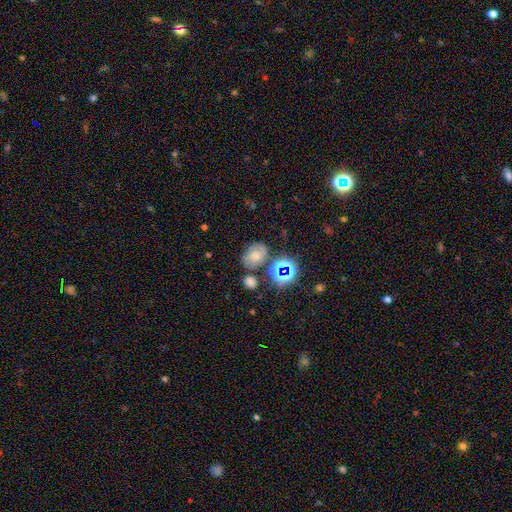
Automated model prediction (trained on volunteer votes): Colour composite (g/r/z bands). It shows a smooth galaxy with no disk features (48%). Merging: none (62%).